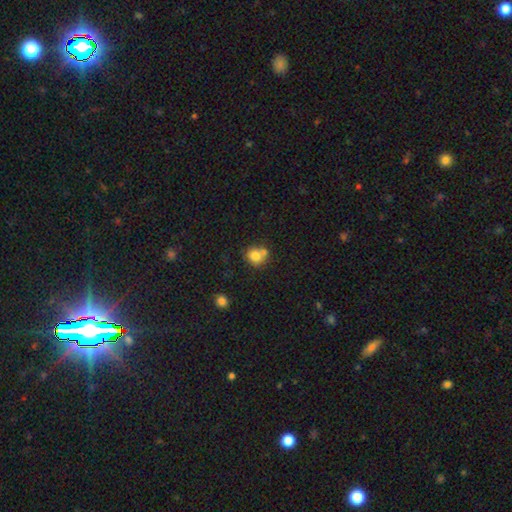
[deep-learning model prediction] Morphology: type=smooth (79%); roundness=round (81%); merging=none (52%).